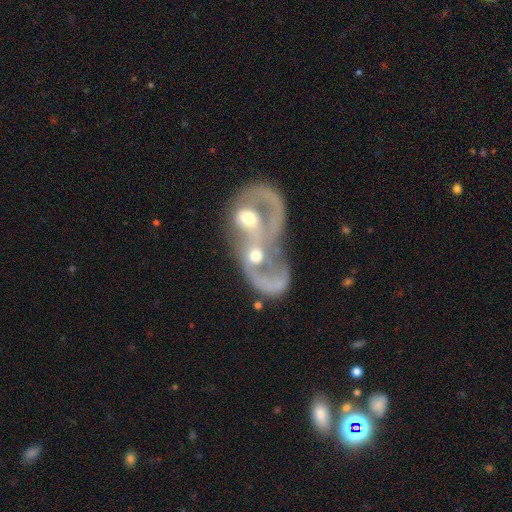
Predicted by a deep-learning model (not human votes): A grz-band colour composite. It shows a featured or disk galaxy (64%) with no bar (80%), no spiral arms (54%) and a moderate central bulge (63%). Merging: merger (83%).